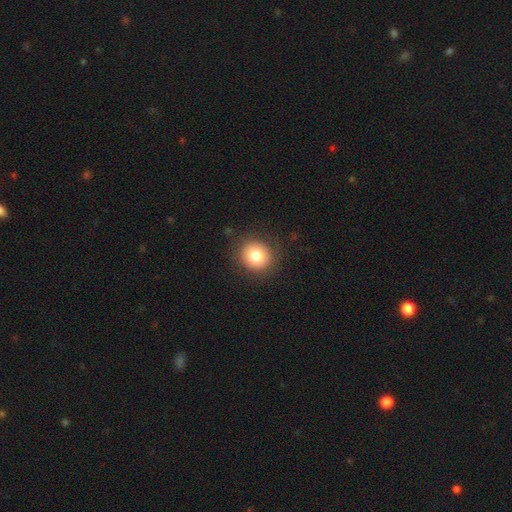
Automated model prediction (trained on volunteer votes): Smooth or featured?
  - smooth: 81% *
  - featured or disk: 10%
  - star or artifact: 10%
How rounded?
  - round: 91% *
  - in between: 9%
  - cigar-shaped: 1%
Merging?
  - none: 87% *
  - minor disturbance: 8%
  - major disturbance: 3%
  - merger: 1%